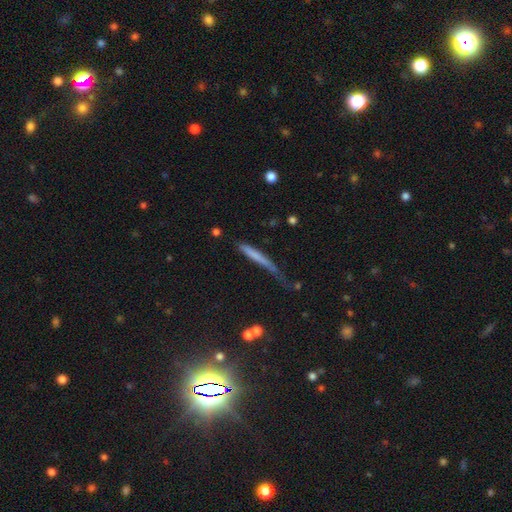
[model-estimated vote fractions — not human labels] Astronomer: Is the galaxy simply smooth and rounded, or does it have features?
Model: smooth — 60%.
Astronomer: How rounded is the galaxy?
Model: cigar-shaped — 94%.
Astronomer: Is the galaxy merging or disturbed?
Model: none — 48% (runner-up: minor disturbance, 30%).